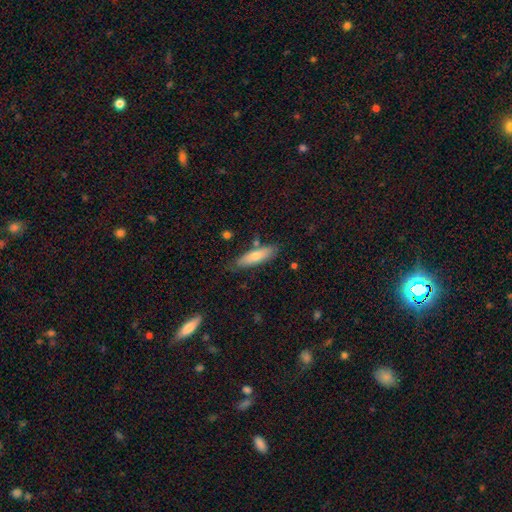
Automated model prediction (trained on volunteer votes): The model was most divided on "how rounded": cigar-shaped: 61%, in between: 37%, round: 2%. More confident: merging — none (77%); smooth or featured — smooth (69%).